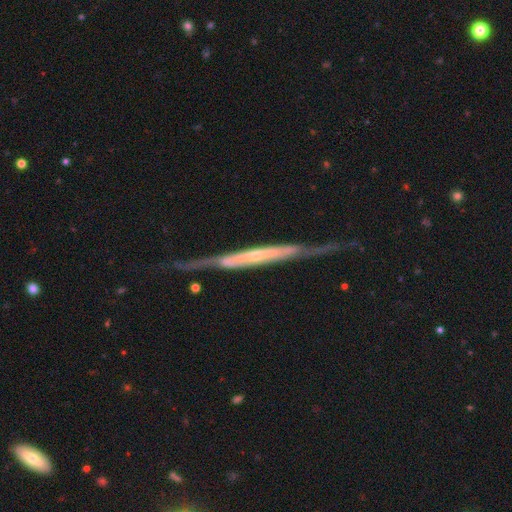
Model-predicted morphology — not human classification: A featured or disk galaxy (83%) viewed edge-on (86%) with no central bulge (53%).

Vote fractions:
- Smooth or featured? featured or disk: 83% / smooth: 12% / star or artifact: 5%
- Edge-on disk? yes: 86% / no: 14%
- Edge-on bulge? none: 53% / rounded: 32% / boxy: 15%
- Merging? none: 62% / minor disturbance: 25% / major disturbance: 11% / merger: 3%